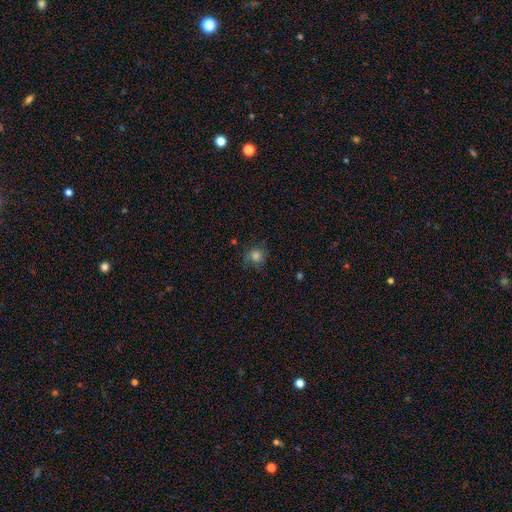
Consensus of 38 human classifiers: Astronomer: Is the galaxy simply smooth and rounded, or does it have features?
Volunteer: smooth — 76%.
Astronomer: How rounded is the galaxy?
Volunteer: round — 86%.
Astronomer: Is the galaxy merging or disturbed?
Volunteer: none — 71%.